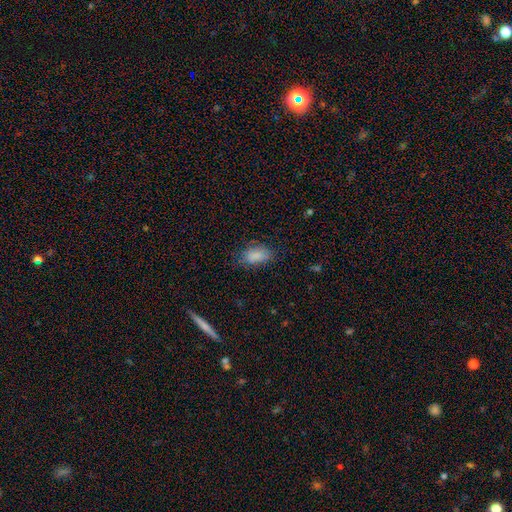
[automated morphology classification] Smooth or featured: smooth — 83% (star or artifact — 9%)
How rounded: in between — 90% (round — 8%)
Merging: none — 68% (minor disturbance — 23%)